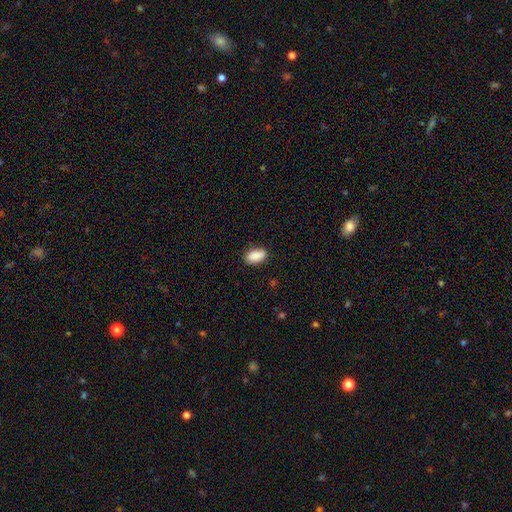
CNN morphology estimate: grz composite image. It shows a smooth galaxy with no disk features (90%) that is in between round and cigar-shaped (93%). Merging: none (86%).